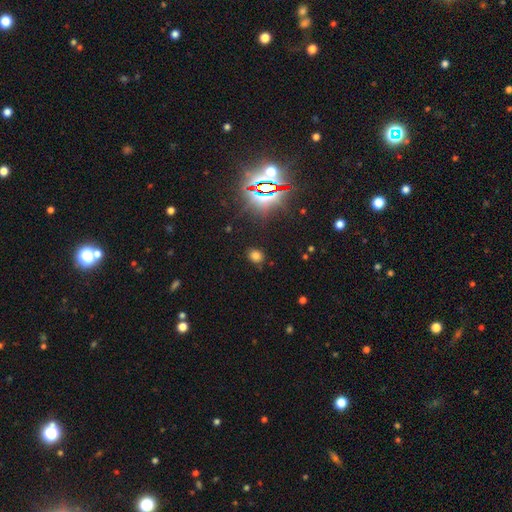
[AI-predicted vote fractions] Overall: smooth (68%). How rounded: round (58%; in between 40%). Merging: none (85%).